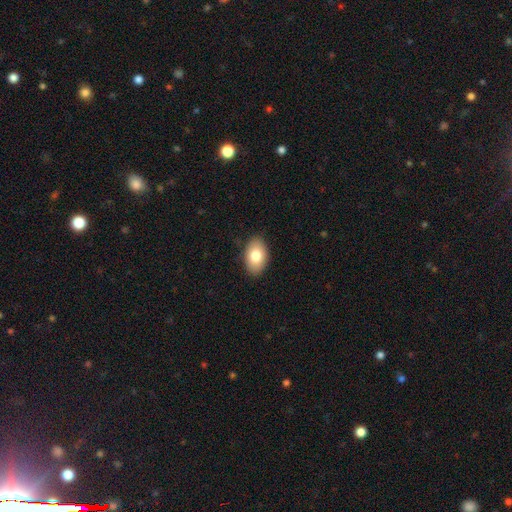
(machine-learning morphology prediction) This appears to be a smooth galaxy with no disk features (81%) that is in between round and cigar-shaped (91%). Merging: none (88%).